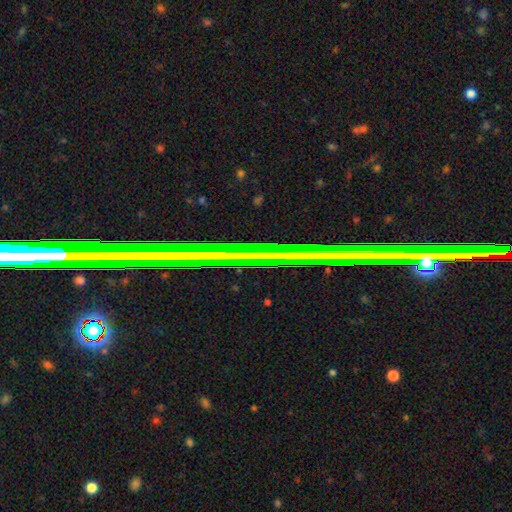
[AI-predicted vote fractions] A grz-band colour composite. It shows a star or artifact, not a galaxy (65%).